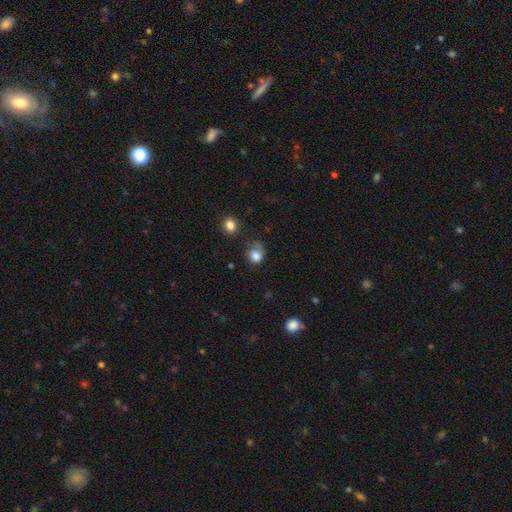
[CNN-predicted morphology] The model was most divided on "merging": none: 40%, minor disturbance: 33%, major disturbance: 23%, merger: 4%. More confident: smooth or featured — smooth (80%); how rounded — round (68%).